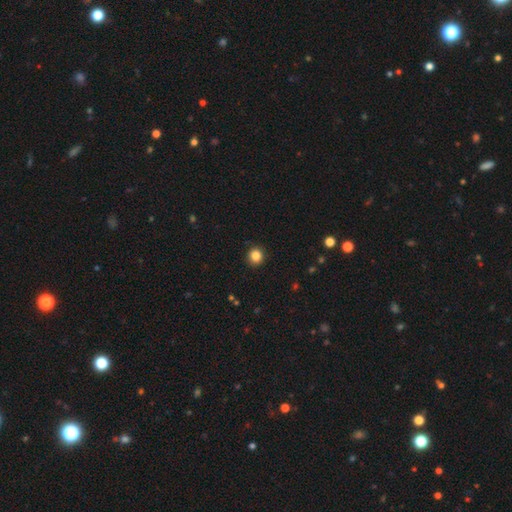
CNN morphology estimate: This appears to be a smooth galaxy with no disk features (85%) that is round (91%). Merging: none (92%).